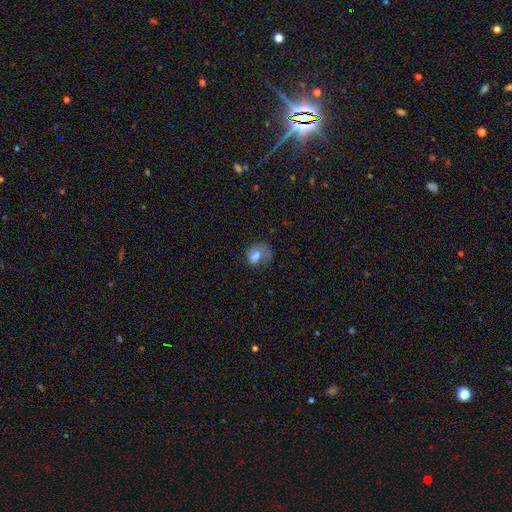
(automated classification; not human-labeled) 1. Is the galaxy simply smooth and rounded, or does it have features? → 67% smooth, 24% featured or disk, 9% star or artifact.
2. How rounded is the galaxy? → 52% round, 47% in between, 1% cigar-shaped.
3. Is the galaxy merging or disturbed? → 41% major disturbance, 31% none, 24% minor disturbance, 4% merger.